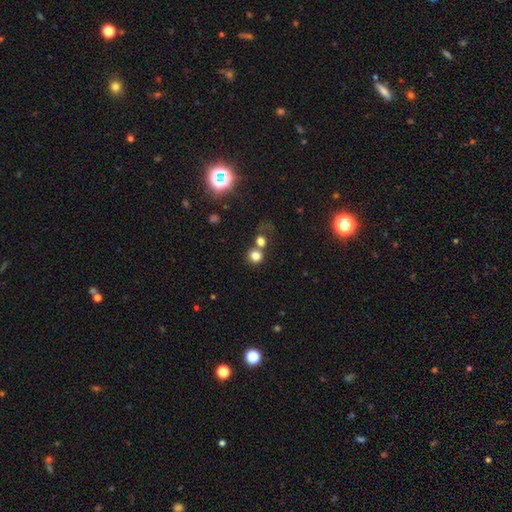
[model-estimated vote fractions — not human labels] Smooth or featured?
  - smooth: 78% *
  - star or artifact: 14%
  - featured or disk: 8%
How rounded?
  - round: 86% *
  - in between: 13%
  - cigar-shaped: 1%
Merging?
  - none: 55% *
  - merger: 31%
  - minor disturbance: 8%
  - major disturbance: 5%